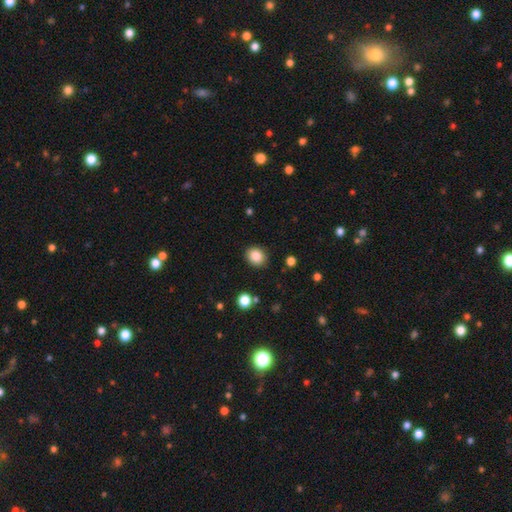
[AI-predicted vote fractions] A smooth galaxy with no disk features (85%) that is round (66%). Merging: none (90%).